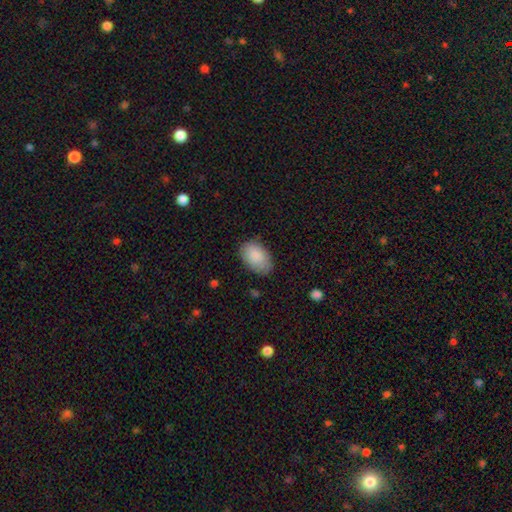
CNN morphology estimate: Smooth or featured: smooth — 88% (featured or disk — 6%)
How rounded: in between — 92% (round — 6%)
Merging: none — 80% (minor disturbance — 16%)